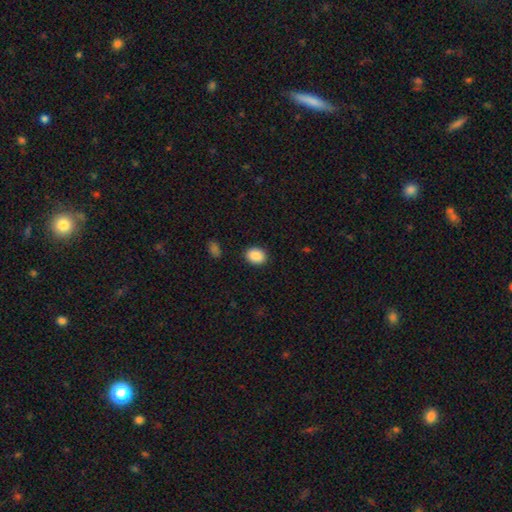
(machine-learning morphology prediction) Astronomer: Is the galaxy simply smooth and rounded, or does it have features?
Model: smooth — 89%.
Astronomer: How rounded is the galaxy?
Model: in between — 59% (runner-up: round, 40%).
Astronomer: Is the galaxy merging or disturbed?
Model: none — 89%.